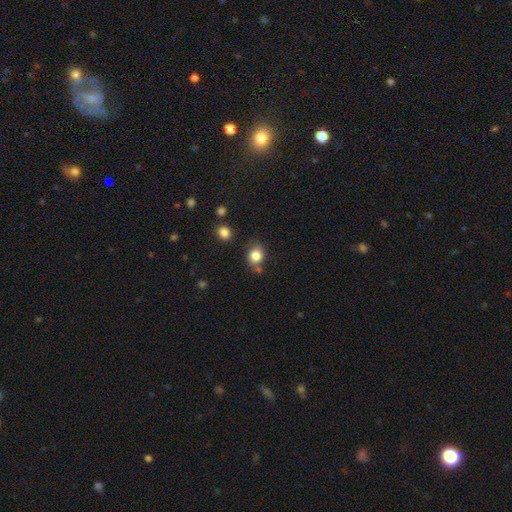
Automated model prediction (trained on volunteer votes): Overall: smooth (84%). How rounded: round (67%; in between 32%). Merging: none (71%).